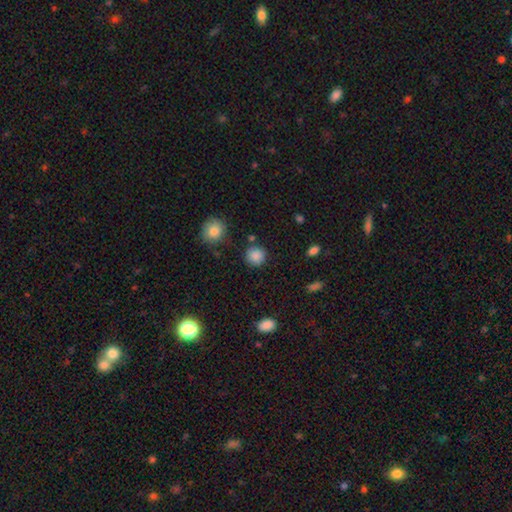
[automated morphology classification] Smooth or featured: smooth — 86% (star or artifact — 10%)
How rounded: round — 92% (in between — 7%)
Merging: none — 84% (minor disturbance — 9%)